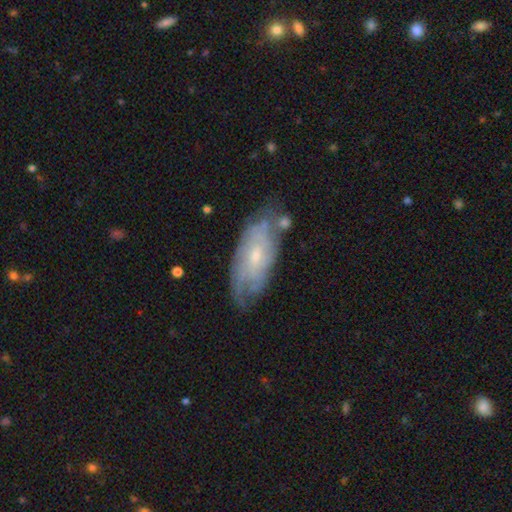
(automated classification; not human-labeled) Q: Smooth or featured?
A: featured or disk (66%); runner-up: smooth (27%)
Q: Edge-on disk?
A: no (88%); runner-up: yes (12%)
Q: Bar?
A: no (63%); runner-up: weak (32%)
Q: Spiral arms?
A: yes (81%); runner-up: no (19%)
Q: Bulge size?
A: small (63%); runner-up: moderate (32%)
Q: Merging?
A: none (63%); runner-up: minor disturbance (25%)